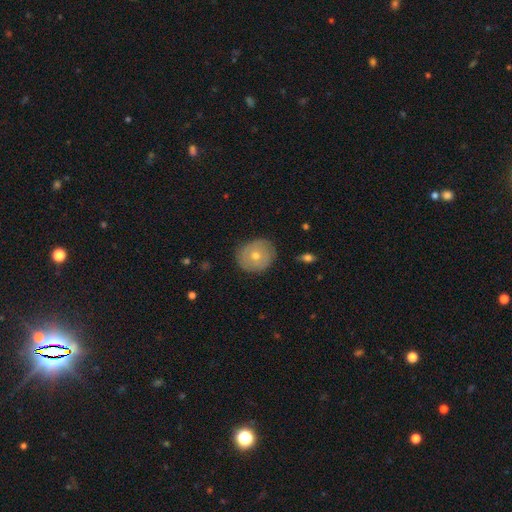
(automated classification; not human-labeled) Morphology: type=featured or disk (46%, tied with smooth); merging=none (83%).